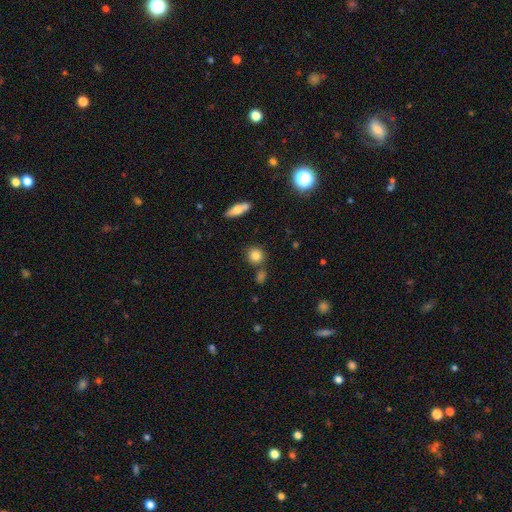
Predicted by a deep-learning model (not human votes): This appears to be a smooth galaxy with no disk features (82%) that is round (83%). Merging: none (74%).